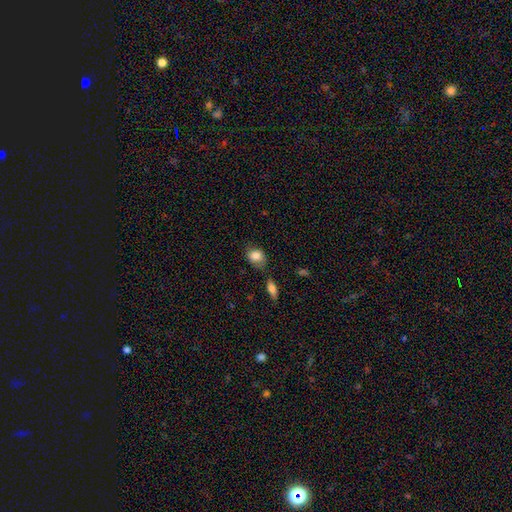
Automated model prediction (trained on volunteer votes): Smooth or featured?
  - smooth: 84% *
  - featured or disk: 9%
  - star or artifact: 8%
How rounded?
  - in between: 63% *
  - round: 36%
  - cigar-shaped: 2%
Merging?
  - none: 63% *
  - minor disturbance: 25%
  - merger: 6%
  - major disturbance: 6%